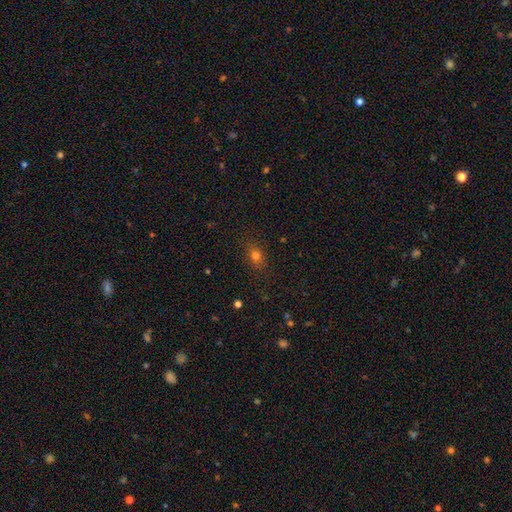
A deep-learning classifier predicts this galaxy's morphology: Smooth or featured? Predicted: smooth (p=0.74). How rounded? Predicted: in between (p=0.63). Merging? Predicted: none (p=0.85).